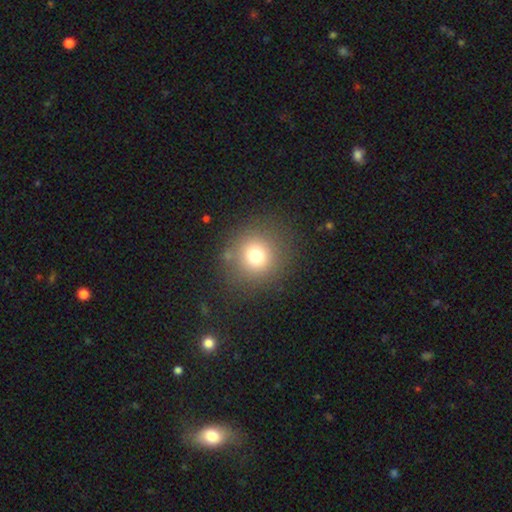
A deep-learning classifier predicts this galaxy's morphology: type=smooth (74%); roundness=round (92%); merging=none (85%).